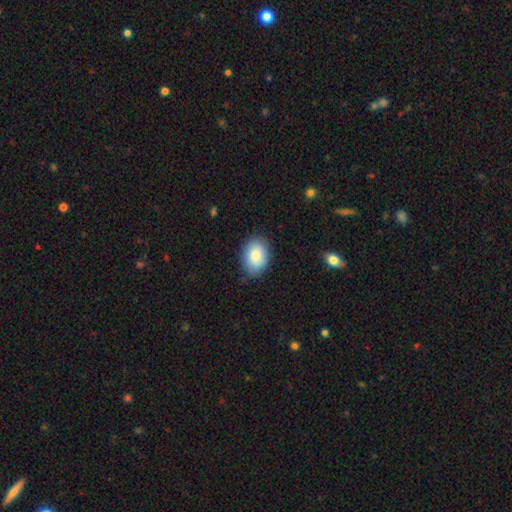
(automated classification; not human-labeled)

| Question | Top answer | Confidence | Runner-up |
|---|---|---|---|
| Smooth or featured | smooth | 84% | featured or disk (9%) |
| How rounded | in between | 76% | round (23%) |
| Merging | none | 81% | minor disturbance (14%) |